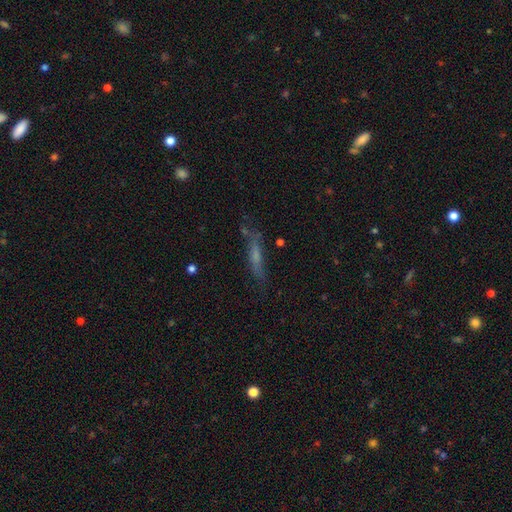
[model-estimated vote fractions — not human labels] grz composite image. It shows a smooth galaxy with no disk features (46%). Merging: none (65%).